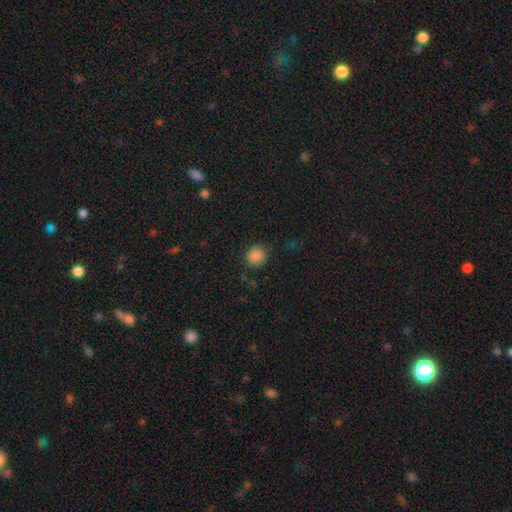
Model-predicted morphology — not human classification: smooth_or_featured: smooth (p=0.87) [alt: star or artifact p=0.10]
how_rounded: round (p=0.85) [alt: in between p=0.15]
merging: none (p=0.83) [alt: minor disturbance p=0.12]